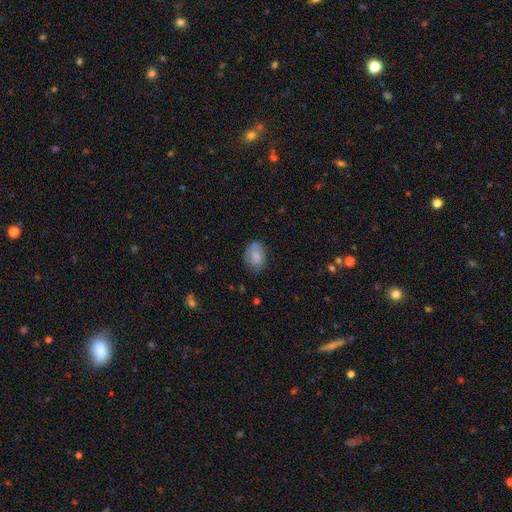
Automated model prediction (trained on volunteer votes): This appears to be a smooth galaxy with no disk features (75%) that is in between round and cigar-shaped (80%). Merging: none (65%).